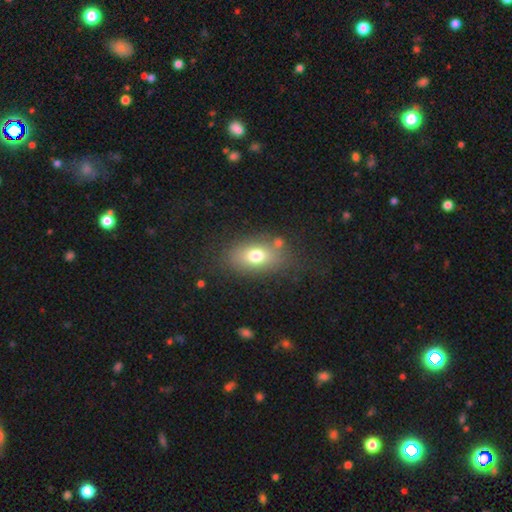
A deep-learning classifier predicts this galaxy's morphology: Smooth or featured? Predicted: smooth (p=0.73). How rounded? Predicted: in between (p=0.83). Merging? Predicted: none (p=0.75).